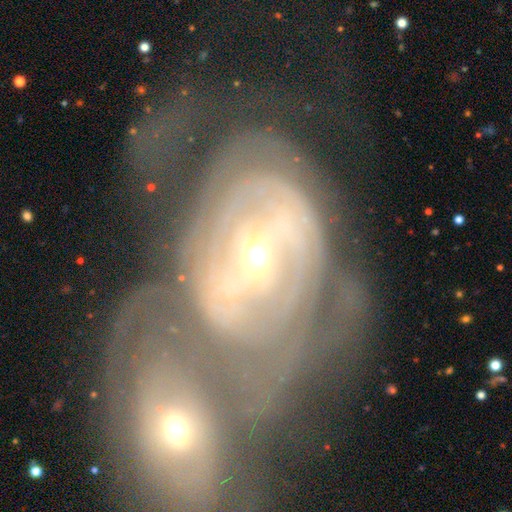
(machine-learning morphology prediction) smooth-or-featured: featured or disk: 83% | smooth: 11% | star or artifact: 6%
  disk-edge-on: no: 95% | yes: 5%
    bar: no: 39% | weak: 38% | strong: 23%
    has-spiral-arms: yes: 81% | no: 19%
      spiral-winding: tight: 68% | medium: 23% | loose: 9%
      spiral-arm-count: can't tell: 51% | 2: 26% | 3: 9% | 4: 5% | 1: 4% | more than 4: 4%
    bulge-size: small: 52% | moderate: 43% | large: 2% | none: 1% | dominant: 1%
  merging: merger: 66% | none: 16% | major disturbance: 10% | minor disturbance: 8%